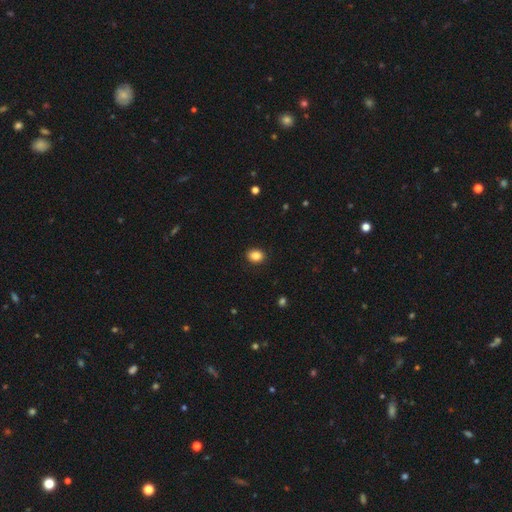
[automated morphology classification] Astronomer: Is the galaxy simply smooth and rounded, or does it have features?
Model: smooth — 87%.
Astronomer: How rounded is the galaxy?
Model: in between — 55% (runner-up: round, 44%).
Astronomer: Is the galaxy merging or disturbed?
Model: none — 90%.